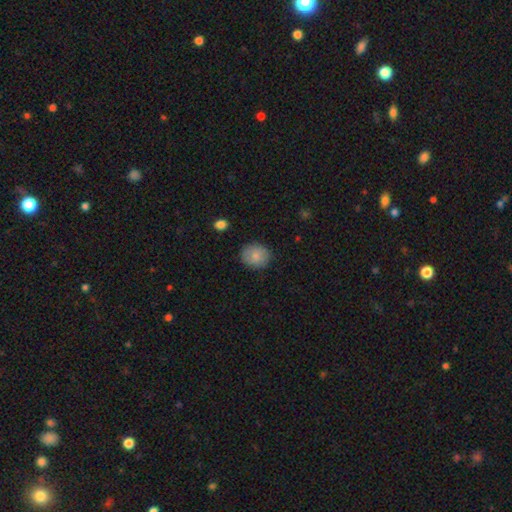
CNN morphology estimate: type=smooth (82%); roundness=round (73%); merging=none (84%).